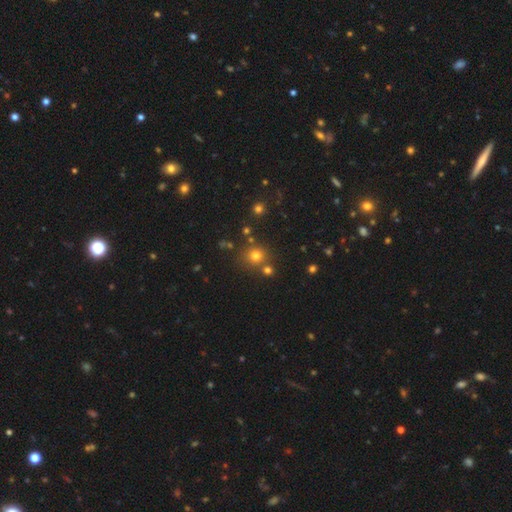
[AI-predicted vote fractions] Q: Smooth or featured?
A: smooth (73%); runner-up: star or artifact (20%)
Q: How rounded?
A: round (91%); runner-up: in between (8%)
Q: Merging?
A: none (75%); runner-up: merger (14%)